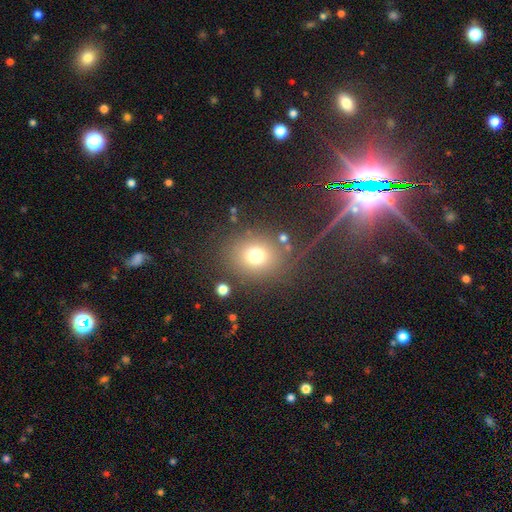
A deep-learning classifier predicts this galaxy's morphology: Smooth or featured? Predicted: smooth (p=0.73). How rounded? Predicted: round (p=0.74). Merging? Predicted: none (p=0.78).